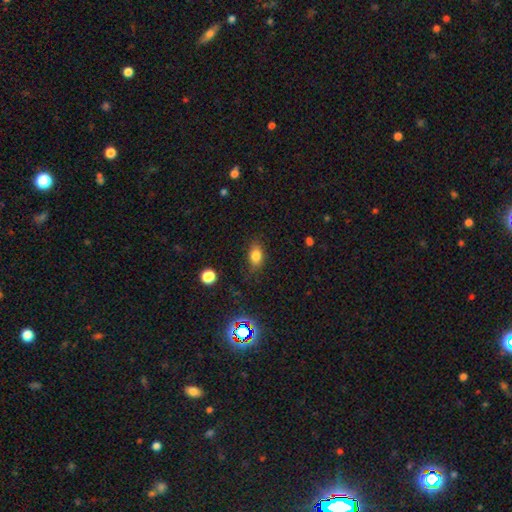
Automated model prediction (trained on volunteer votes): This appears to be a smooth galaxy with no disk features (80%) that is in between round and cigar-shaped (82%). Merging: none (79%).